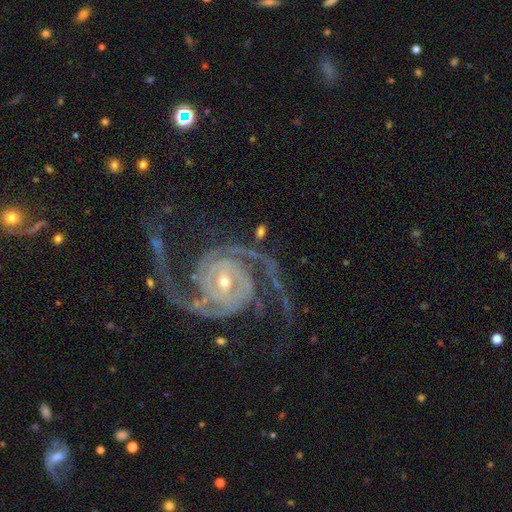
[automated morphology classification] Smooth or featured?
  - featured or disk: 93% *
  - star or artifact: 5%
  - smooth: 2%
Edge-on disk?
  - no: 98% *
  - yes: 2%
Bar?
  - no: 54% *
  - weak: 28%
  - strong: 18%
Spiral arms?
  - yes: 99% *
  - no: 1%
Spiral winding?
  - medium: 51% *
  - tight: 34%
  - loose: 15%
Spiral arm count?
  - 2: 89% *
  - 3: 4%
  - can't tell: 2%
  - 4: 2%
  - 1: 2%
  - more than 4: 2%
Bulge size?
  - small: 63% *
  - moderate: 33%
  - large: 2%
  - none: 1%
  - dominant: 1%
Merging?
  - none: 73% *
  - minor disturbance: 14%
  - major disturbance: 11%
  - merger: 2%